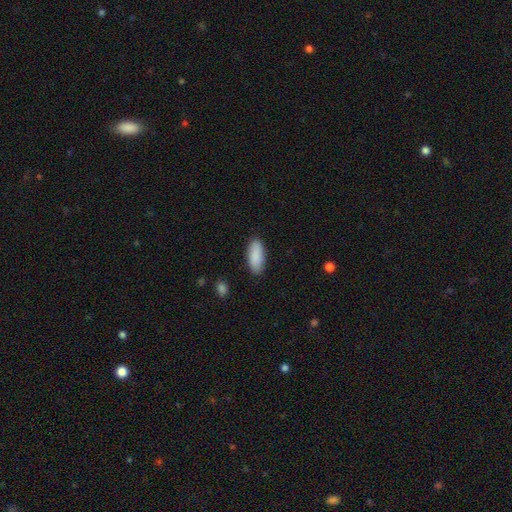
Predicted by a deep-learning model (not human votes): Overall: smooth (89%). How rounded: in between (79%). Merging: none (87%).